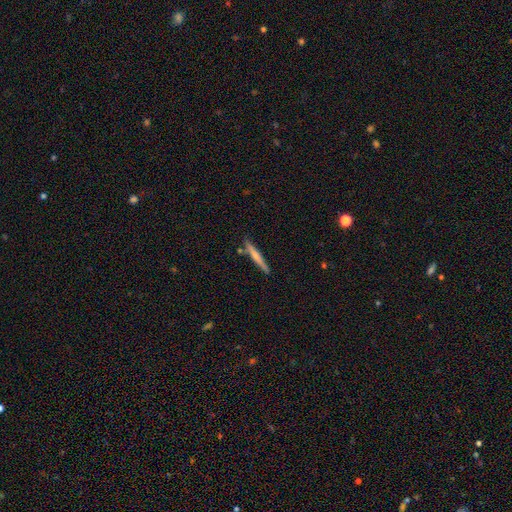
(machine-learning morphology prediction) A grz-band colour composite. It shows a smooth galaxy with no disk features (54%) that is cigar-shaped (95%). Merging: none (83%).